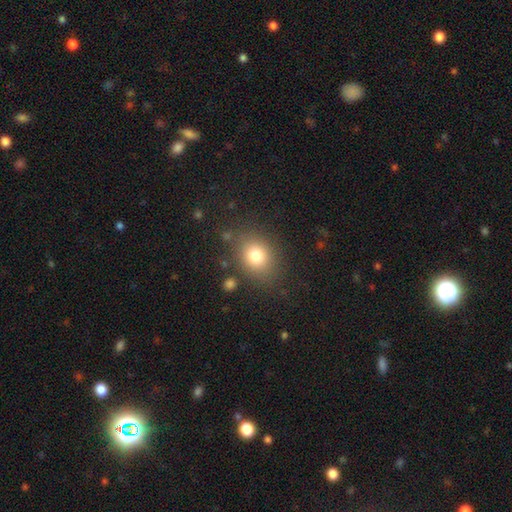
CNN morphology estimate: smooth_or_featured: smooth (p=0.78) [alt: star or artifact p=0.12]
how_rounded: round (p=0.55) [alt: in between p=0.44]
merging: none (p=0.79) [alt: minor disturbance p=0.12]